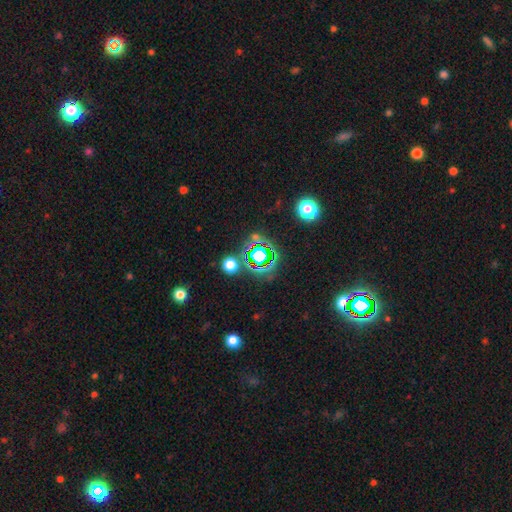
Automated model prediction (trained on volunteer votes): Smooth or featured? star or artifact (67%)